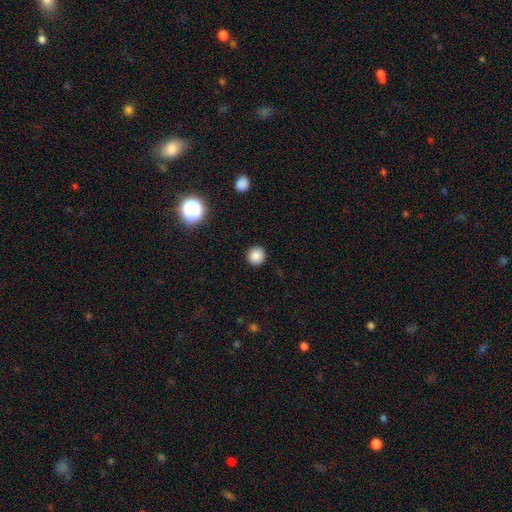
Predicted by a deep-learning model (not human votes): The model was most divided on "smooth or featured": smooth: 86%, star or artifact: 11%, featured or disk: 4%. More confident: how rounded — round (94%); merging — none (92%).